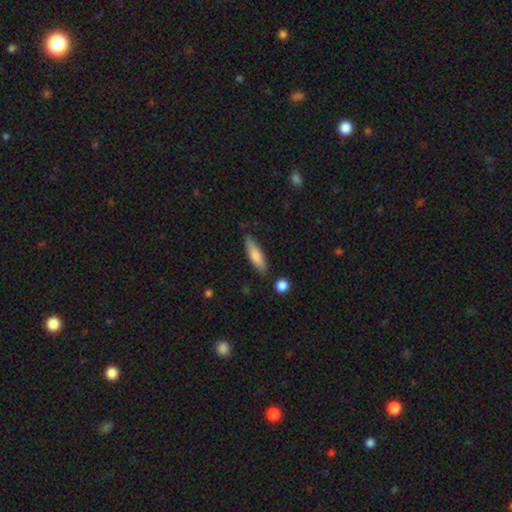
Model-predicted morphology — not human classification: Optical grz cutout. It shows a smooth galaxy with no disk features (76%) that is cigar-shaped (61%). Merging: none (78%).